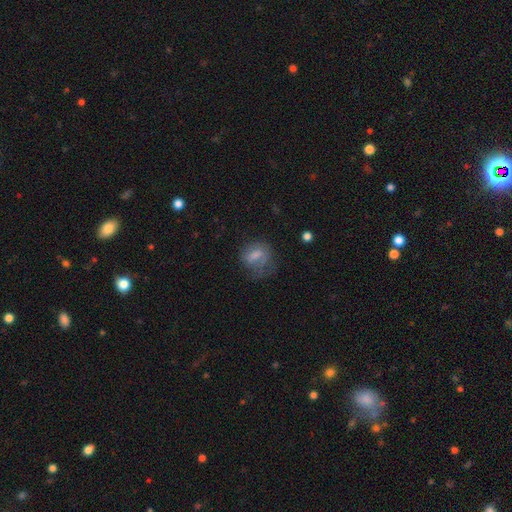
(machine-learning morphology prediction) Smooth or featured? Predicted: smooth (p=0.62). How rounded? Predicted: in between (p=0.50). Merging? Predicted: none (p=0.43).